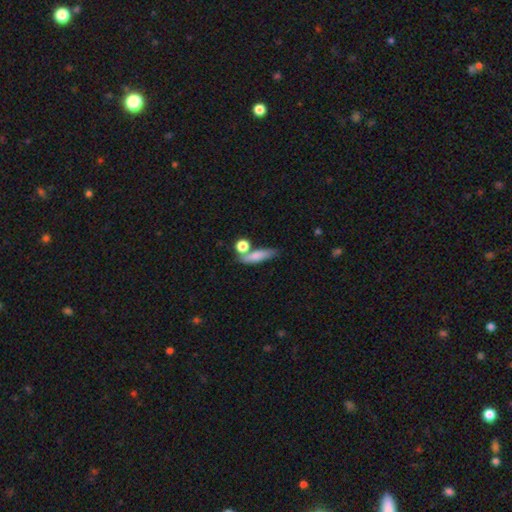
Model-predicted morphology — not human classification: A smooth galaxy with no disk features (77%) that is cigar-shaped (57%).

Vote fractions:
- Smooth or featured? smooth: 77% / featured or disk: 15% / star or artifact: 8%
- How rounded? cigar-shaped: 57% / in between: 33% / round: 10%
- Merging? none: 59% / merger: 20% / minor disturbance: 15% / major disturbance: 6%